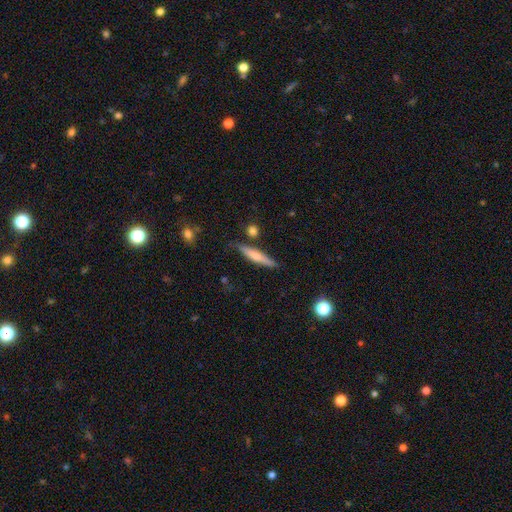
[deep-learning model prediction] This appears to be a smooth galaxy with no disk features (59%) that is cigar-shaped (89%). Merging: none (80%).